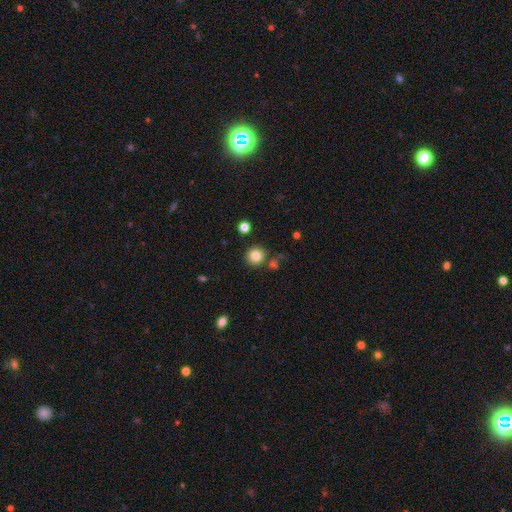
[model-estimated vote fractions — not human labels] Smooth or featured?
  - smooth: 83% *
  - star or artifact: 11%
  - featured or disk: 6%
How rounded?
  - round: 92% *
  - in between: 7%
  - cigar-shaped: 1%
Merging?
  - none: 83% *
  - minor disturbance: 8%
  - merger: 6%
  - major disturbance: 3%